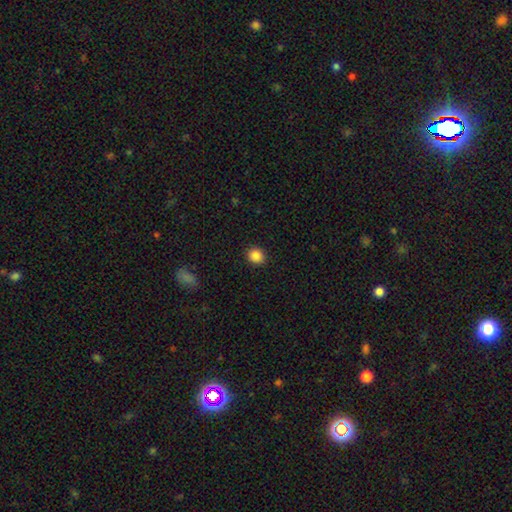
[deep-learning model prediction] smooth_or_featured: smooth (p=0.87) [alt: star or artifact p=0.10]
how_rounded: round (p=0.80) [alt: in between p=0.19]
merging: none (p=0.91) [alt: minor disturbance p=0.06]